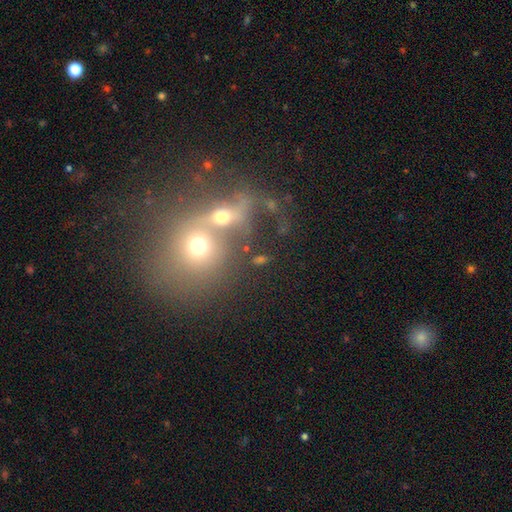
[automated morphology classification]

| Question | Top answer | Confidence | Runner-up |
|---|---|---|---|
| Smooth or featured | smooth | 48% | star or artifact (27%) |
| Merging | merger | 62% | none (23%) |